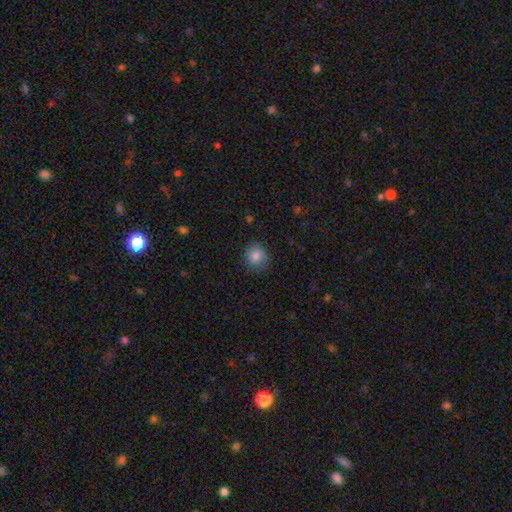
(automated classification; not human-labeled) Smooth or featured: smooth — 84% (star or artifact — 9%)
How rounded: round — 82% (in between — 17%)
Merging: none — 83% (minor disturbance — 13%)